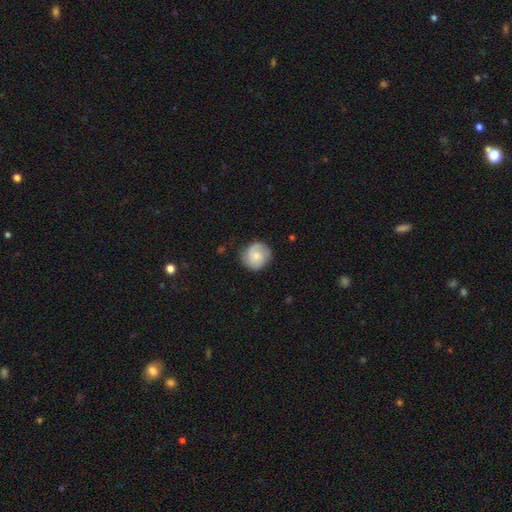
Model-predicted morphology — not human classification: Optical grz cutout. It shows a featured or disk galaxy (47%, tied with smooth). Merging: none (78%).